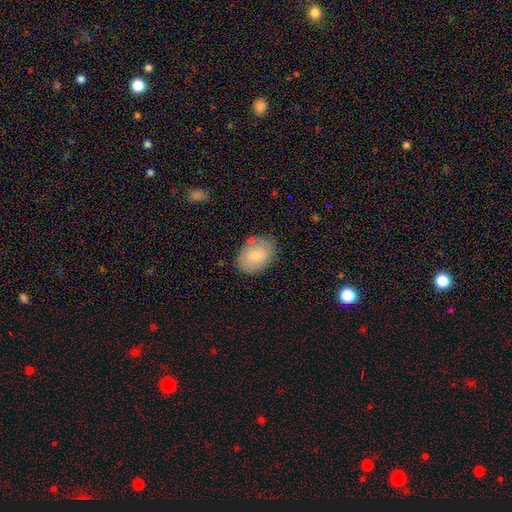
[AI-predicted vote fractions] The model was most divided on "smooth or featured": smooth: 68%, featured or disk: 25%, star or artifact: 7%. More confident: merging — none (76%); how rounded — in between (76%).